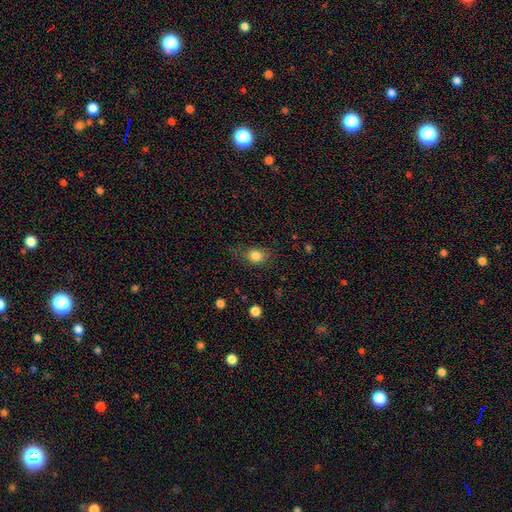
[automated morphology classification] Smooth or featured? Predicted: smooth (p=0.81). How rounded? Predicted: in between (p=0.52). Merging? Predicted: none (p=0.67).